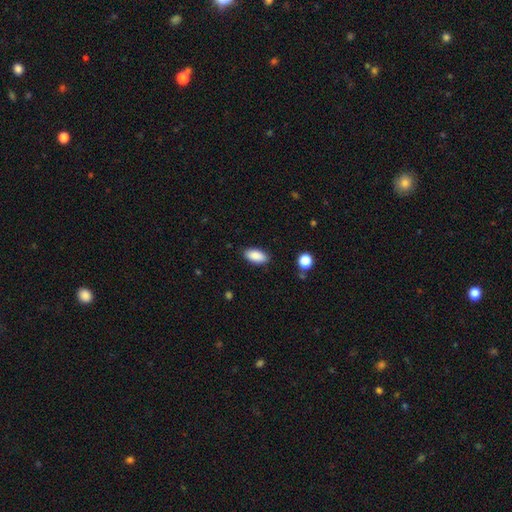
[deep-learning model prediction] This appears to be a smooth galaxy with no disk features (88%) that is in between round and cigar-shaped (92%). Merging: none (87%).